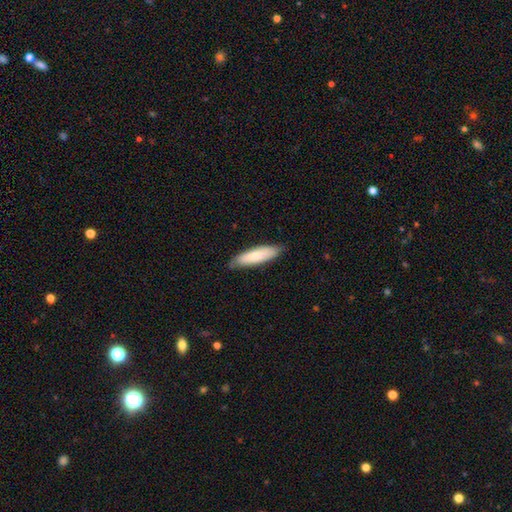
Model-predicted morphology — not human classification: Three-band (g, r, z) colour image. It shows a smooth galaxy with no disk features (75%) that is cigar-shaped (63%). Merging: none (82%).